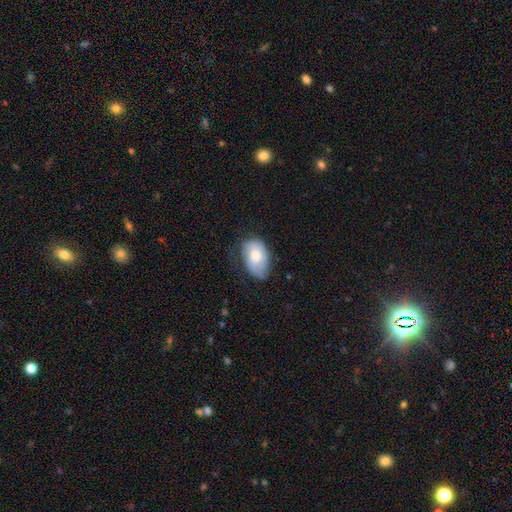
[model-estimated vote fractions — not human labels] Q: Smooth or featured?
A: smooth (63%); runner-up: featured or disk (30%)
Q: How rounded?
A: in between (88%); runner-up: round (11%)
Q: Merging?
A: none (47%); runner-up: minor disturbance (37%)